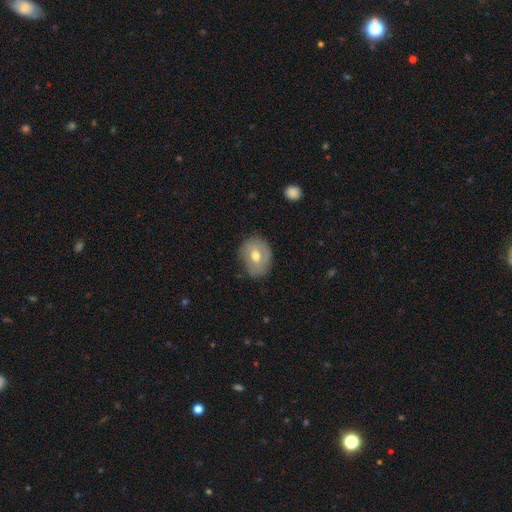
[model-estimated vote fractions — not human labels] This is possibly a smooth galaxy (54%). How rounded: possibly in between (56%). Merging: likely none (70%).